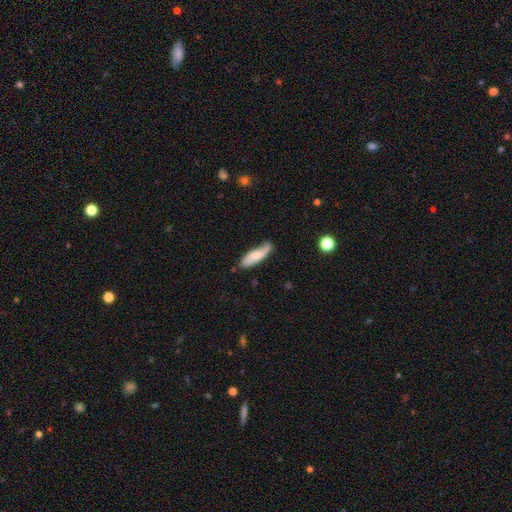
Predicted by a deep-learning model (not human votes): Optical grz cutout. It shows a smooth galaxy with no disk features (59%) that is cigar-shaped (51%). Merging: none (70%).